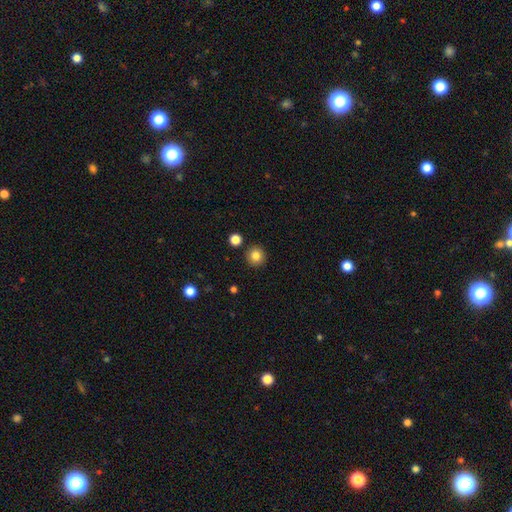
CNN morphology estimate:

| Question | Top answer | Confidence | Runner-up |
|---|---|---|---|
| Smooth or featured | smooth | 84% | star or artifact (11%) |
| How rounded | round | 94% | in between (5%) |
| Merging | none | 90% | minor disturbance (6%) |